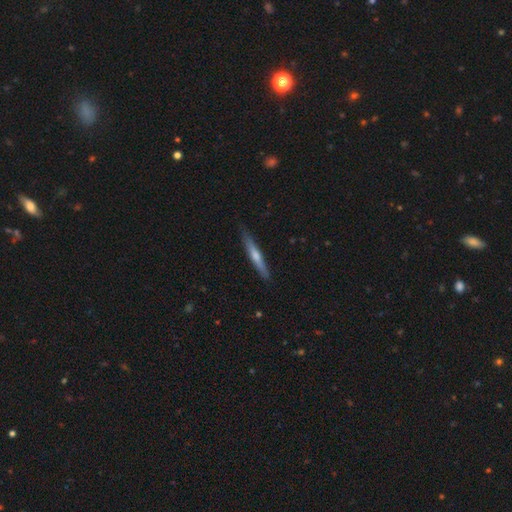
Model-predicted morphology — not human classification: A smooth galaxy with no disk features (48%).

Vote fractions:
- Smooth or featured? smooth: 48% / featured or disk: 47% / star or artifact: 5%
- Merging? none: 87% / minor disturbance: 10% / major disturbance: 2% / merger: 1%